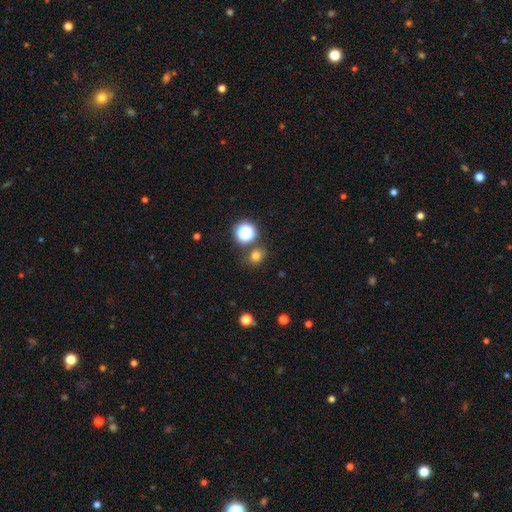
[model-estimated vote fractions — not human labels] This appears to be a smooth galaxy with no disk features (73%) that is round (71%). Merging: none (77%).